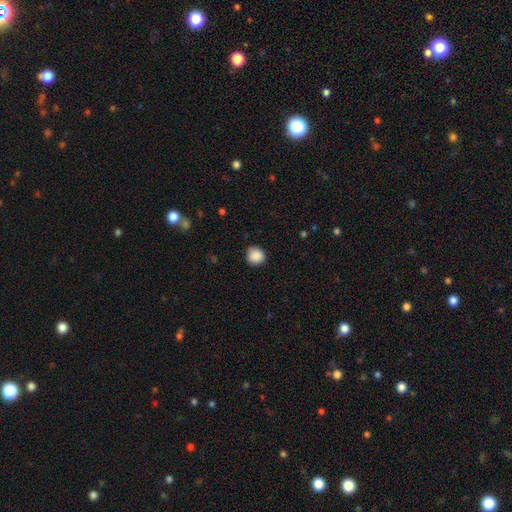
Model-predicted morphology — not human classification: smooth-or-featured: smooth: 89% | star or artifact: 9% | featured or disk: 3%
  how-rounded: round: 91% | in between: 8% | cigar-shaped: 1%
  merging: none: 85% | minor disturbance: 11% | major disturbance: 2% | merger: 1%